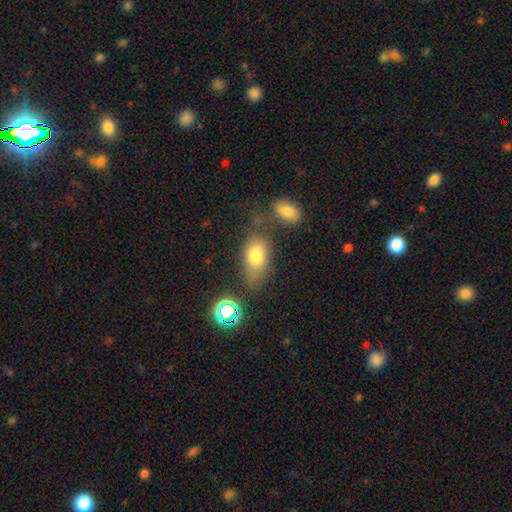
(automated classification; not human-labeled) This is likely a smooth galaxy (76%). How rounded: clearly in between (84%). Merging: possibly none (55%).